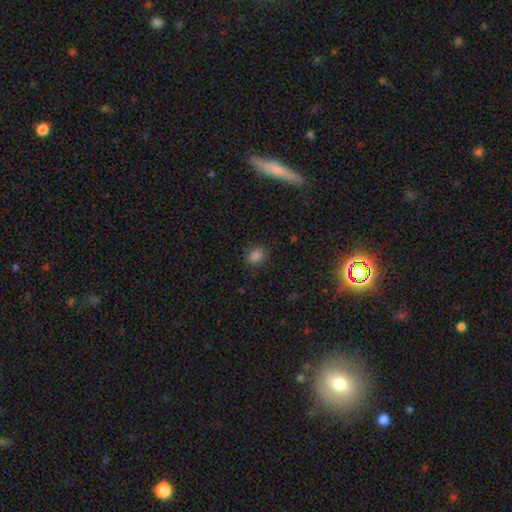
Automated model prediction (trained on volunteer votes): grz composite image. It shows a smooth galaxy with no disk features (82%) that is round (56%). Merging: none (85%).